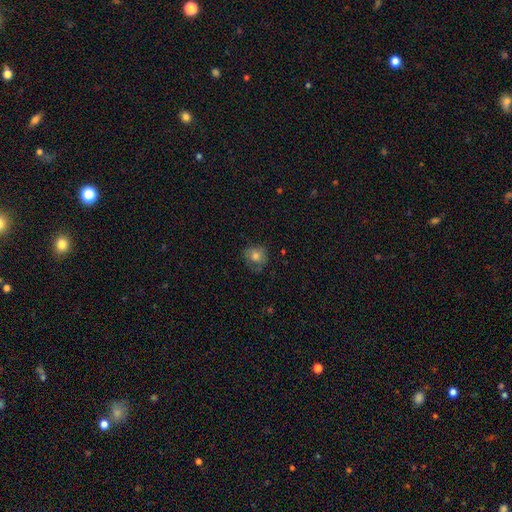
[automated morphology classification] smooth_or_featured: smooth (p=0.72) [alt: featured or disk p=0.17]
how_rounded: round (p=0.77) [alt: in between p=0.22]
merging: none (p=0.64) [alt: minor disturbance p=0.24]